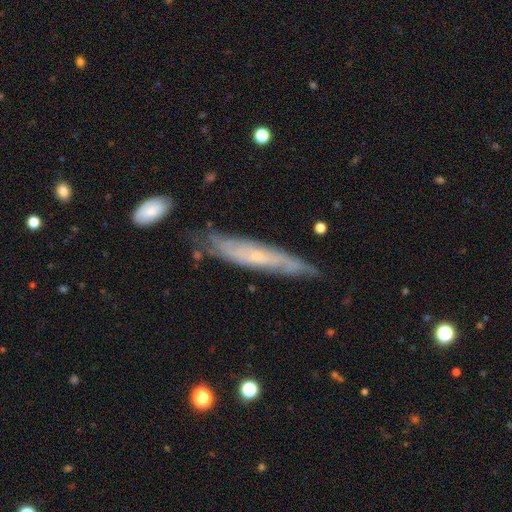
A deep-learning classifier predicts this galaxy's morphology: Smooth or featured? Predicted: featured or disk (p=0.62). Edge-on disk? Predicted: yes (p=0.56). Merging? Predicted: none (p=0.72).